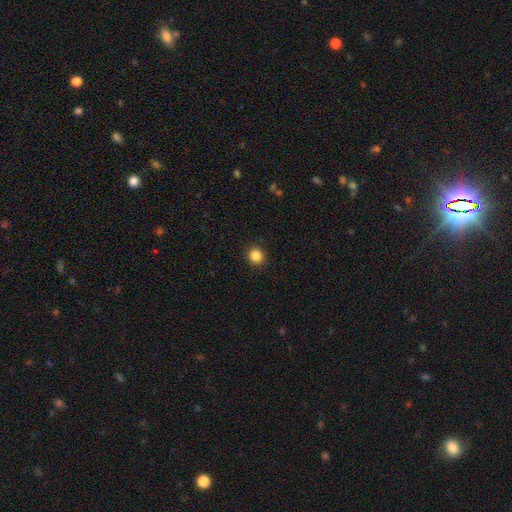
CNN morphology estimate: Smooth or featured? smooth (86%)
How rounded? round (88%)
Merging? none (92%)